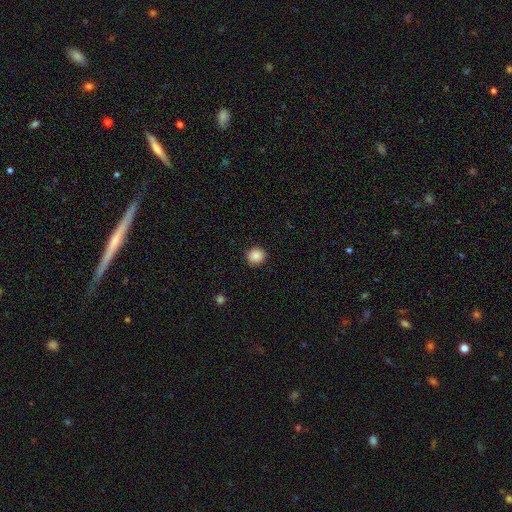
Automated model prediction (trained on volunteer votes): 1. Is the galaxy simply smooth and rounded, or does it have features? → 87% smooth, 9% star or artifact, 3% featured or disk.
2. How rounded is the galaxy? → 91% round, 8% in between, 1% cigar-shaped.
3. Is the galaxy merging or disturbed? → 91% none, 6% minor disturbance, 2% major disturbance, 1% merger.